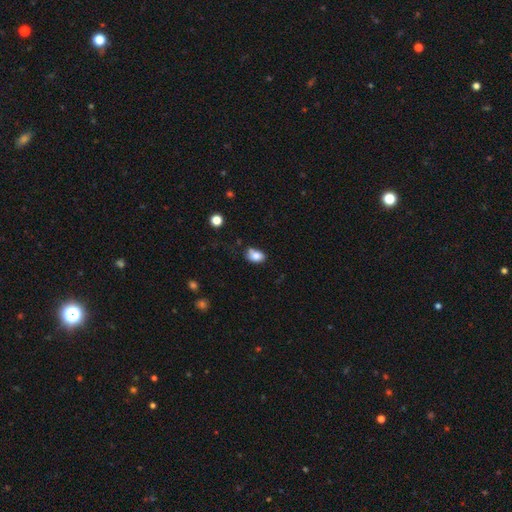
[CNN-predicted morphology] smooth-or-featured: smooth: 82% | star or artifact: 9% | featured or disk: 9%
  how-rounded: in between: 79% | round: 20% | cigar-shaped: 1%
  merging: none: 56% | minor disturbance: 29% | merger: 8% | major disturbance: 7%